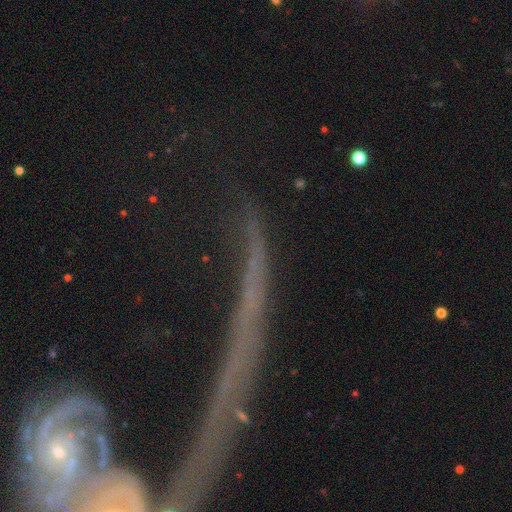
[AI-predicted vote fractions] Overall: star or artifact (56%; featured or disk 22%).